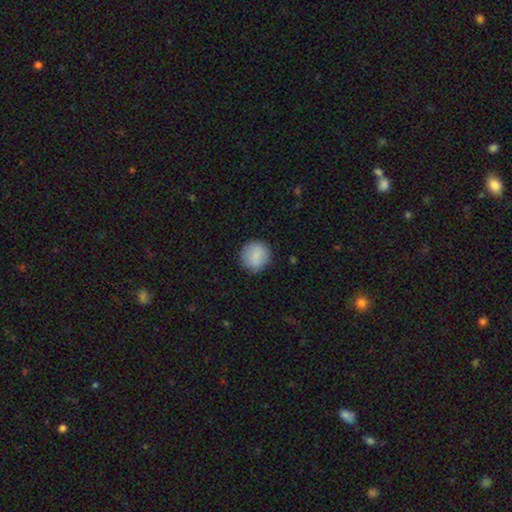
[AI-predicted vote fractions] The model was most divided on "merging": none: 86%, minor disturbance: 10%, major disturbance: 3%, merger: 1%. More confident: how rounded — round (89%); smooth or featured — smooth (87%).